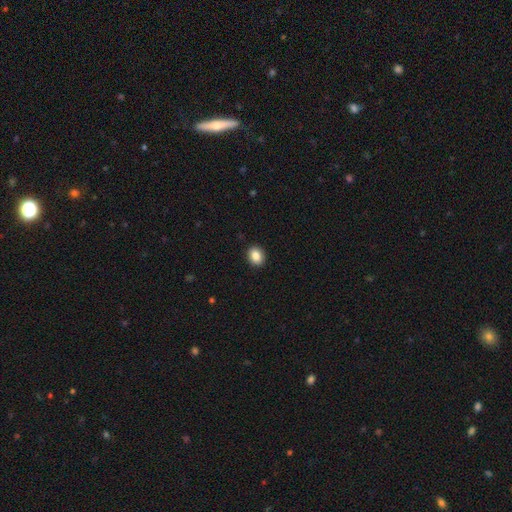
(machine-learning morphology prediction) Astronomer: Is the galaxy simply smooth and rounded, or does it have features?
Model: smooth — 87%.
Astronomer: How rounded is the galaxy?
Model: round — 51% (runner-up: in between, 48%).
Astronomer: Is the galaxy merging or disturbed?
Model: none — 91%.